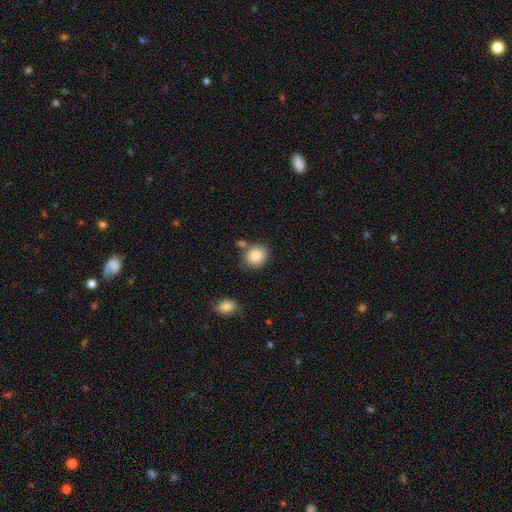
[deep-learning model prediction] This is clearly a smooth galaxy (86%). How rounded: likely round (70%). Merging: likely none (70%).